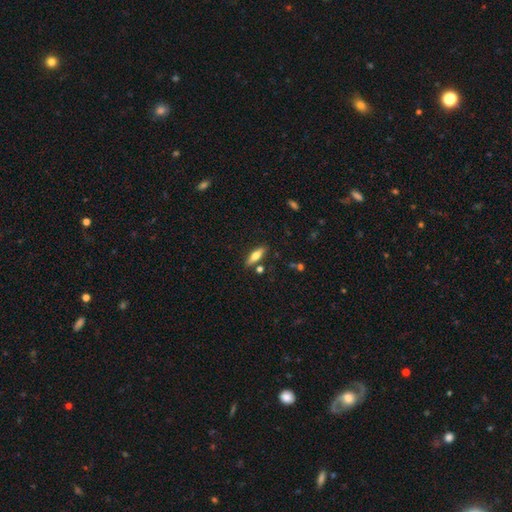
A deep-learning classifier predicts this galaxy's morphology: This is likely a smooth galaxy (60%). How rounded: possibly cigar-shaped (50%). Merging: clearly none (83%).